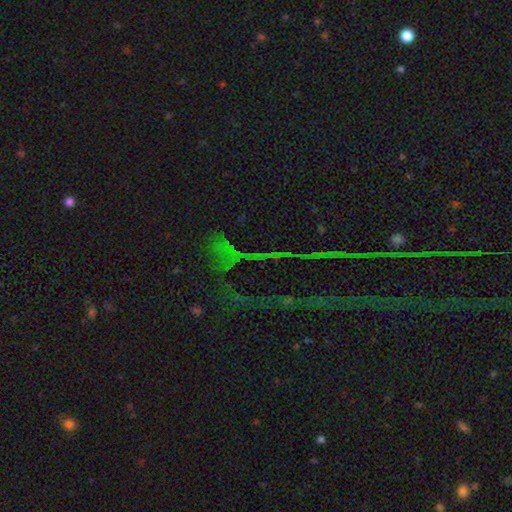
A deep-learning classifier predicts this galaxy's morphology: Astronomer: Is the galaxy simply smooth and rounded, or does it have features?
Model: star or artifact — 82%.